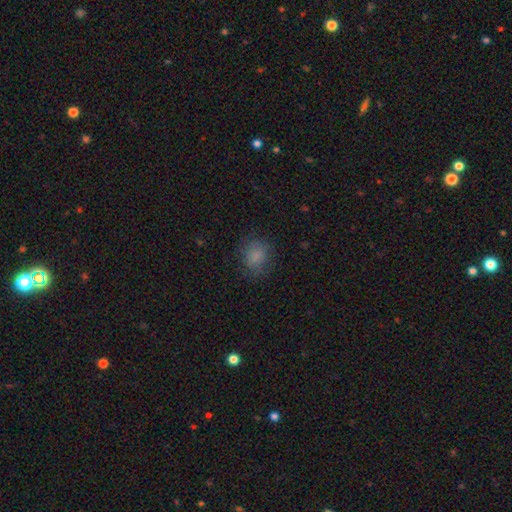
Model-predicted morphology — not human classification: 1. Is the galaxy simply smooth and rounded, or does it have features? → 83% smooth, 10% star or artifact, 6% featured or disk.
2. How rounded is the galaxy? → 72% round, 27% in between, 1% cigar-shaped.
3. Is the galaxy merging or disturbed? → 79% none, 15% minor disturbance, 5% major disturbance, 1% merger.